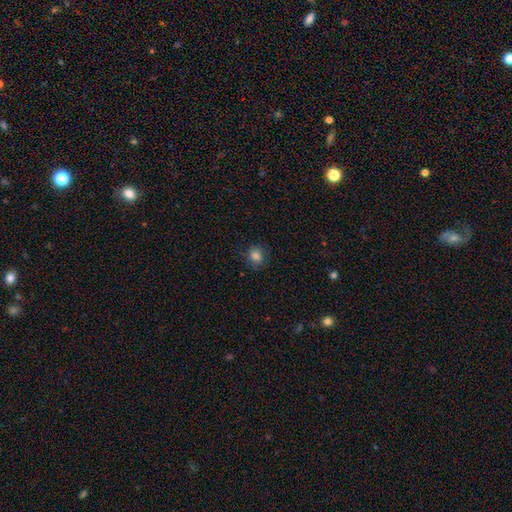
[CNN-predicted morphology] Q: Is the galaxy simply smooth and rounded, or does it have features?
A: smooth — 83%.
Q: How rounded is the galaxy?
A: round — 78%.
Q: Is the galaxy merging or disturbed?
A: none — 83%.